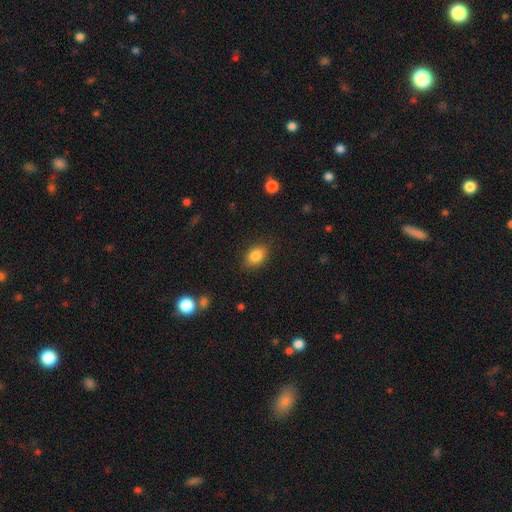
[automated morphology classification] Smooth or featured? smooth (85%)
How rounded? in between (76%)
Merging? none (84%)